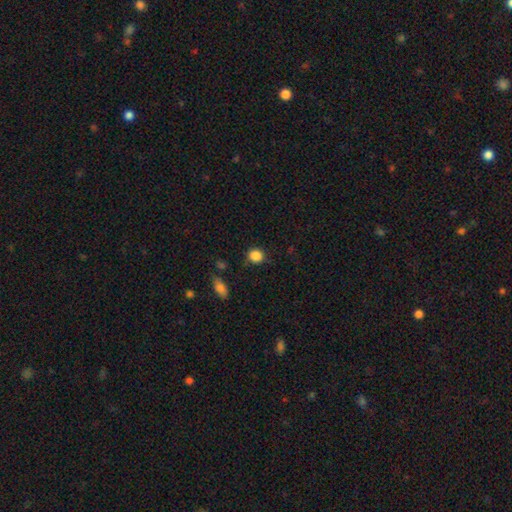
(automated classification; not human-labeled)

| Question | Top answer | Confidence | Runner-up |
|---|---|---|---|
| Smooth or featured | smooth | 86% | star or artifact (10%) |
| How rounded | round | 80% | in between (19%) |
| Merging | none | 82% | minor disturbance (12%) |